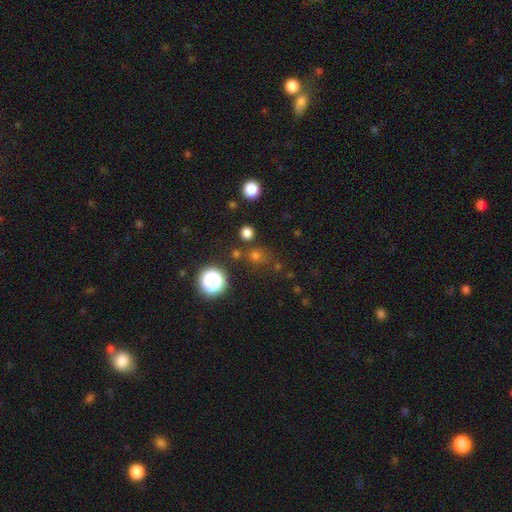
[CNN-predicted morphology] Smooth or featured: smooth — 61% (star or artifact — 32%)
How rounded: round — 85% (in between — 14%)
Merging: none — 74% (minor disturbance — 11%)